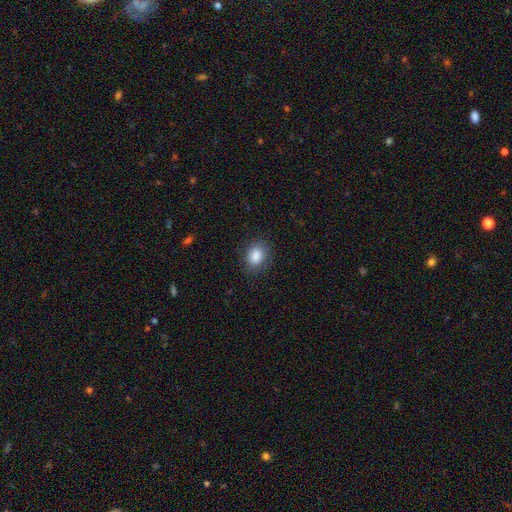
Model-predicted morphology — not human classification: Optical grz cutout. It shows a smooth galaxy with no disk features (85%) that is in between round and cigar-shaped (56%). Merging: none (81%).